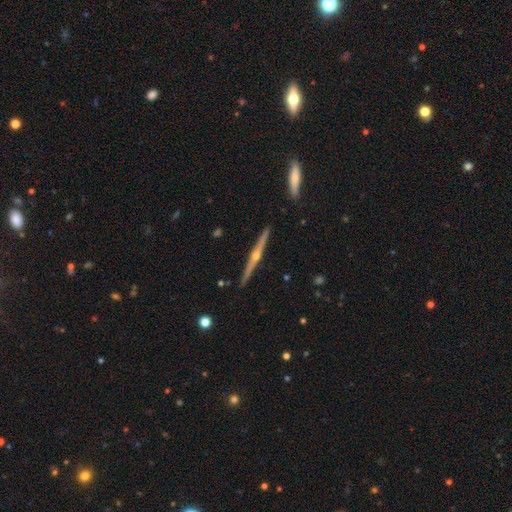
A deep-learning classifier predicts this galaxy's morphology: smooth_or_featured: featured or disk (p=0.85) [alt: smooth p=0.10]
disk_edge_on: yes (p=0.99) [alt: no p=0.01]
edge_on_bulge: rounded (p=0.93) [alt: none p=0.04]
merging: none (p=0.91) [alt: minor disturbance p=0.06]